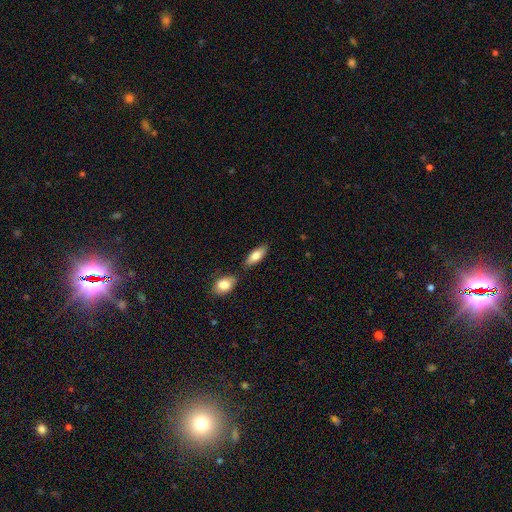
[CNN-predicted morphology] smooth-or-featured: smooth: 79% | featured or disk: 14% | star or artifact: 6%
  how-rounded: in between: 78% | cigar-shaped: 19% | round: 2%
  merging: none: 73% | minor disturbance: 12% | merger: 12% | major disturbance: 3%